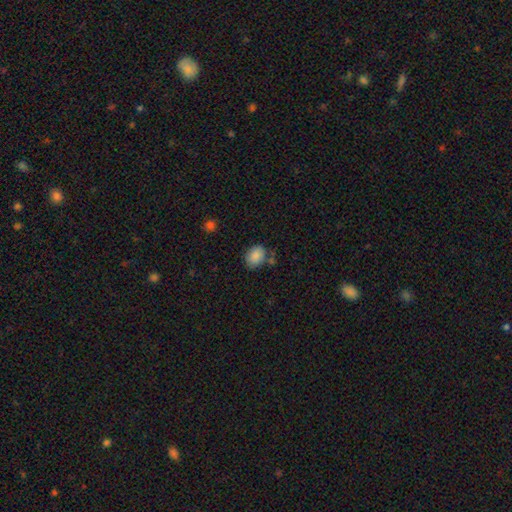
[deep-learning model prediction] Smooth or featured?
  - smooth: 87% *
  - star or artifact: 7%
  - featured or disk: 6%
How rounded?
  - in between: 60% *
  - round: 39%
  - cigar-shaped: 1%
Merging?
  - none: 71% *
  - minor disturbance: 16%
  - merger: 8%
  - major disturbance: 4%